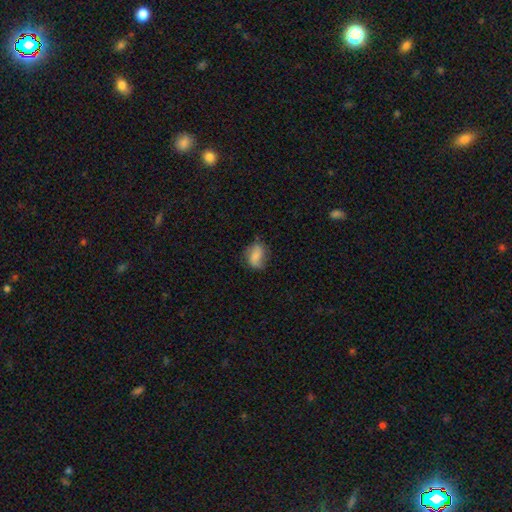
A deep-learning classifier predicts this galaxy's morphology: This appears to be a smooth galaxy with no disk features (65%) that is in between round and cigar-shaped (70%). Merging: none (64%).